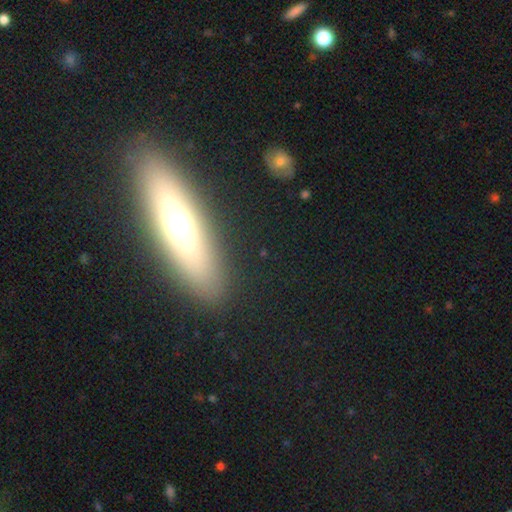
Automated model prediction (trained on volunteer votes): Morphology: type=smooth (52%); roundness=cigar-shaped (71%); merging=none (89%).